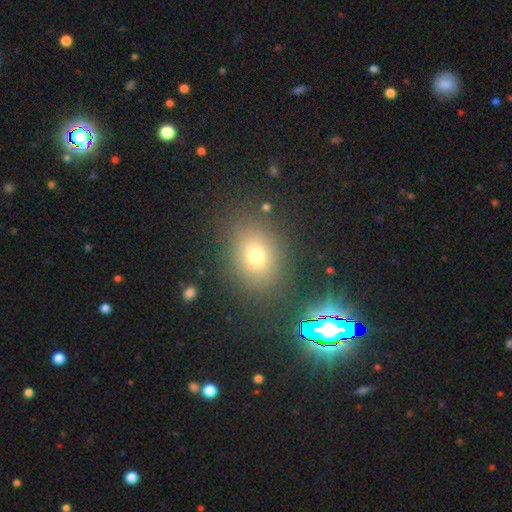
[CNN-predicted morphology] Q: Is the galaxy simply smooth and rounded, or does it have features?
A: smooth — 65%.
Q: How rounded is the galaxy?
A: in between — 55%.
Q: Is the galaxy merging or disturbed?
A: none — 83%.